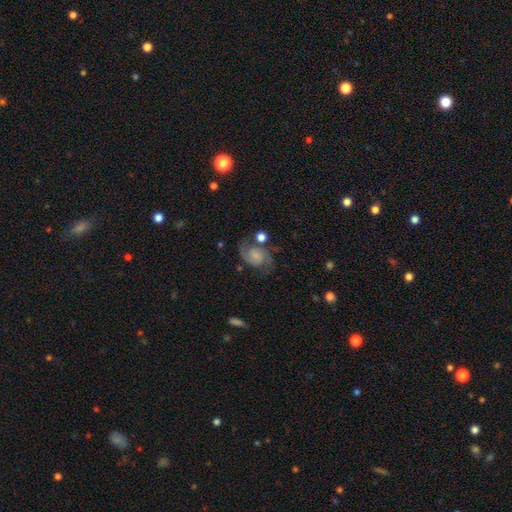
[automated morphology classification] Smooth or featured: featured or disk — 82% (smooth — 11%)
Edge-on disk: no — 98% (yes — 2%)
Bar: no — 65% (weak — 29%)
Spiral arms: yes — 97% (no — 3%)
Spiral winding: medium — 55% (loose — 23%)
Spiral arm count: 2 — 93% (can't tell — 3%)
Bulge size: small — 45% (none — 29%)
Merging: none — 70% (minor disturbance — 16%)